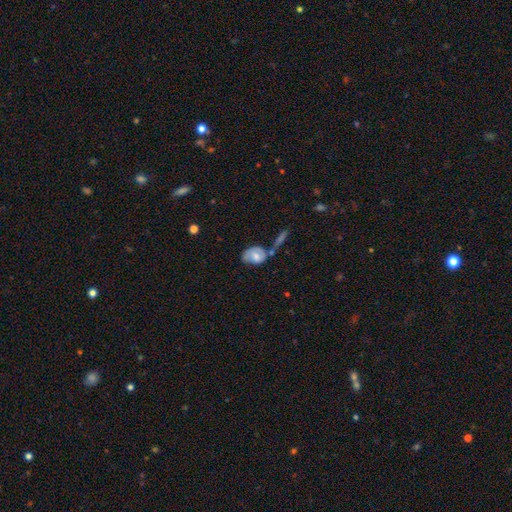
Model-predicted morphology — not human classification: This appears to be a smooth galaxy with no disk features (58%) that is in between round and cigar-shaped (76%). Merging: none (38%).